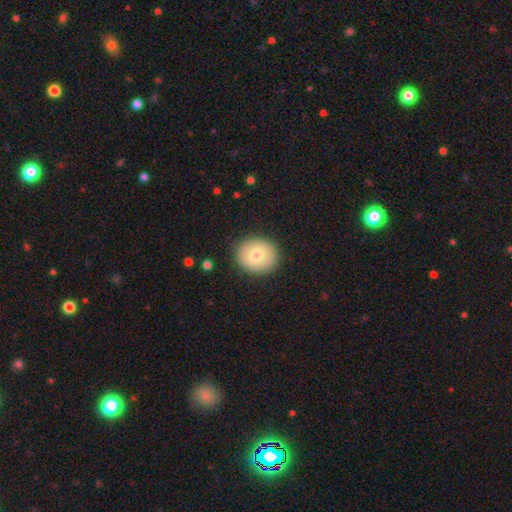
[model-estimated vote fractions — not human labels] A smooth galaxy with no disk features (71%) that is round (76%).

Vote fractions:
- Smooth or featured? smooth: 71% / featured or disk: 22% / star or artifact: 8%
- How rounded? round: 76% / in between: 23% / cigar-shaped: 1%
- Merging? none: 89% / minor disturbance: 8% / major disturbance: 2% / merger: 1%